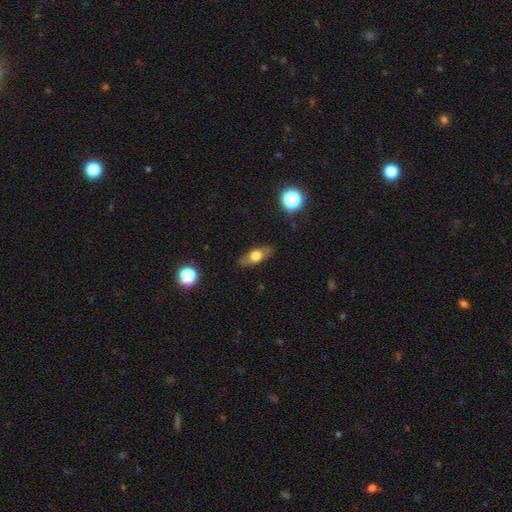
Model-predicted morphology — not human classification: This is likely a smooth galaxy (61%). How rounded: likely in between (71%). Merging: clearly none (84%).